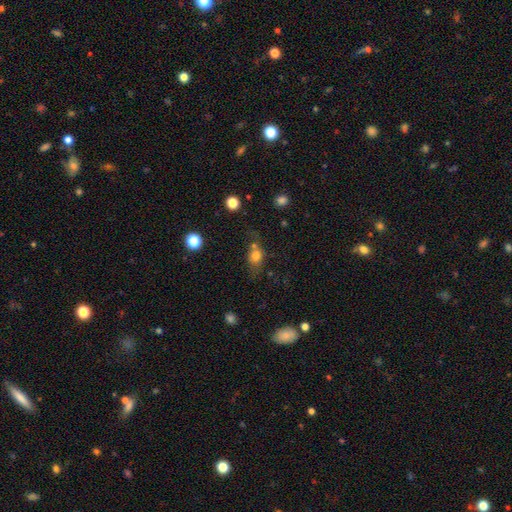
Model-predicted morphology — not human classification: smooth 74%, star or artifact 13%, featured or disk 13%. Down the decision tree: how rounded — round (55%); merging — none (51%).